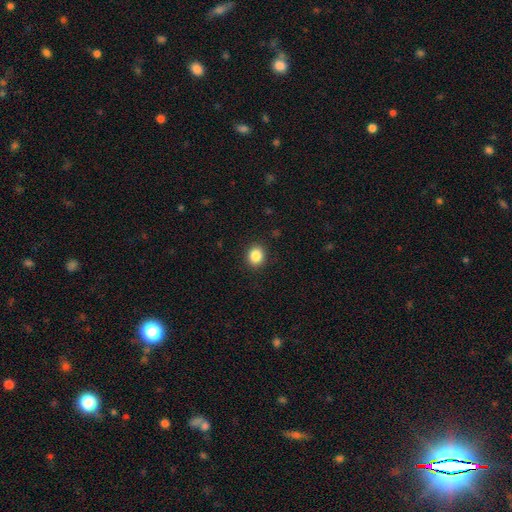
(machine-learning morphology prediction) This is clearly a smooth galaxy (86%). How rounded: likely round (72%). Merging: clearly none (90%).